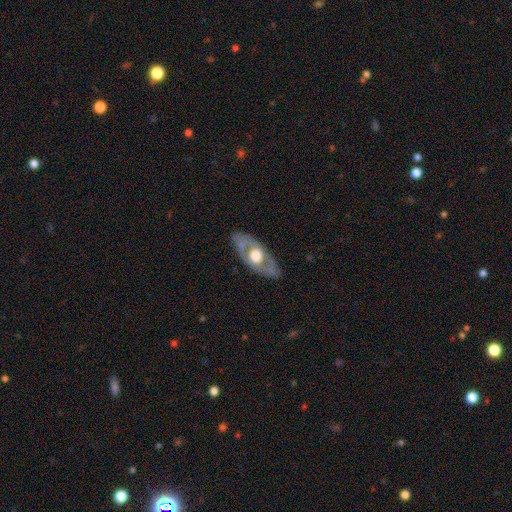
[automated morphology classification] A featured or disk galaxy (65%).

Vote fractions:
- Smooth or featured? featured or disk: 65% / smooth: 30% / star or artifact: 5%
- Edge-on disk? no: 76% / yes: 24%
- Merging? none: 79% / minor disturbance: 15% / major disturbance: 5% / merger: 1%